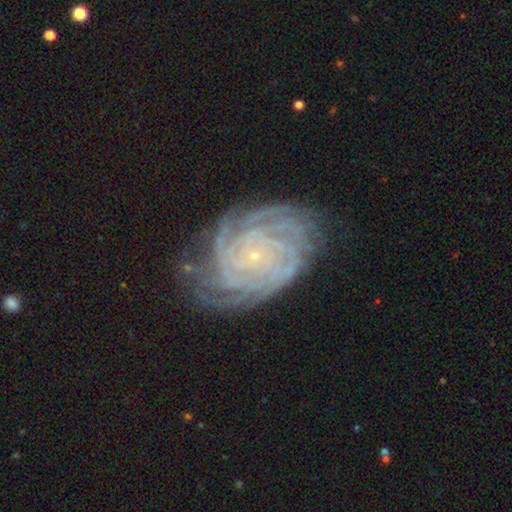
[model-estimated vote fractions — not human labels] Smooth or featured?
  - featured or disk: 88% *
  - star or artifact: 6%
  - smooth: 5%
Edge-on disk?
  - no: 97% *
  - yes: 3%
Bar?
  - no: 78% *
  - weak: 15%
  - strong: 6%
Spiral arms?
  - yes: 98% *
  - no: 2%
Spiral winding?
  - tight: 85% *
  - medium: 13%
  - loose: 2%
Spiral arm count?
  - more than 4: 28% *
  - 4: 24%
  - can't tell: 18%
  - 3: 12%
  - 2: 9%
  - 1: 8%
Bulge size?
  - small: 90% *
  - moderate: 6%
  - none: 2%
  - large: 1%
  - dominant: 1%
Merging?
  - none: 76% *
  - minor disturbance: 17%
  - major disturbance: 5%
  - merger: 2%